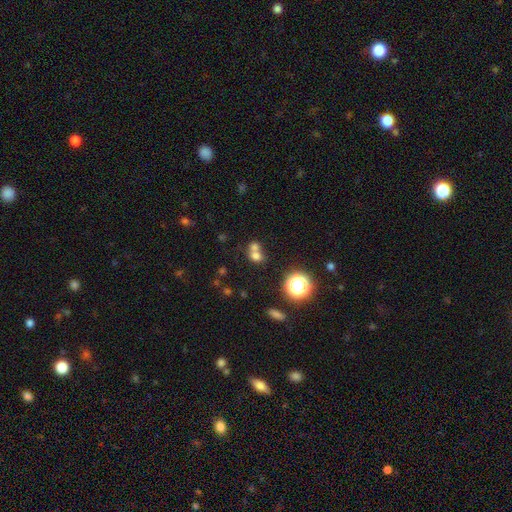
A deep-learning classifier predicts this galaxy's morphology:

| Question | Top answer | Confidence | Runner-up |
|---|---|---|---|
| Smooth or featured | smooth | 68% | star or artifact (19%) |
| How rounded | round | 71% | in between (28%) |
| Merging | merger | 58% | none (33%) |